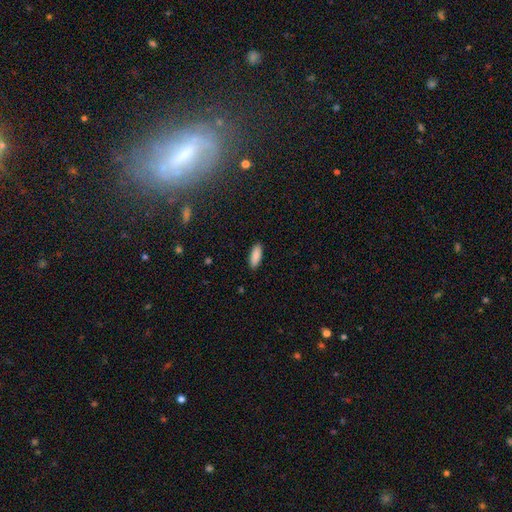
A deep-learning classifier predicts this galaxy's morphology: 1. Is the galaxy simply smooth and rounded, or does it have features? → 88% smooth, 7% star or artifact, 5% featured or disk.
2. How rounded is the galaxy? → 74% in between, 24% cigar-shaped, 2% round.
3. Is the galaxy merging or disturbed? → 89% none, 8% minor disturbance, 2% major disturbance, 1% merger.